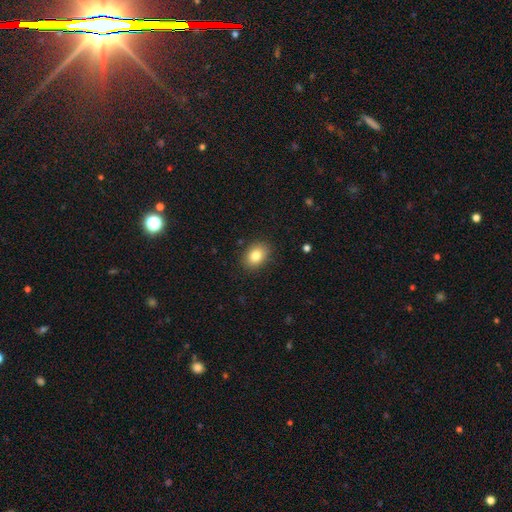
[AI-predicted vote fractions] A smooth galaxy with no disk features (83%) that is in between round and cigar-shaped (70%). Merging: none (87%).